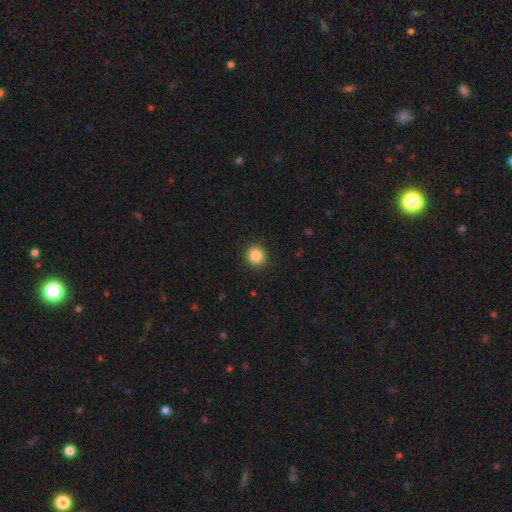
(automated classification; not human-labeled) smooth-or-featured: smooth: 86% | star or artifact: 10% | featured or disk: 4%
  how-rounded: round: 92% | in between: 7% | cigar-shaped: 1%
  merging: none: 92% | minor disturbance: 6% | major disturbance: 2% | merger: 1%